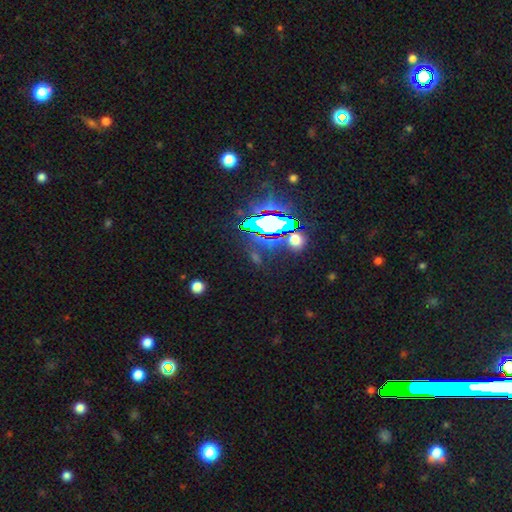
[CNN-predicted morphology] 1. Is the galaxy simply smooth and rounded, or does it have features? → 72% star or artifact, 17% smooth, 11% featured or disk.